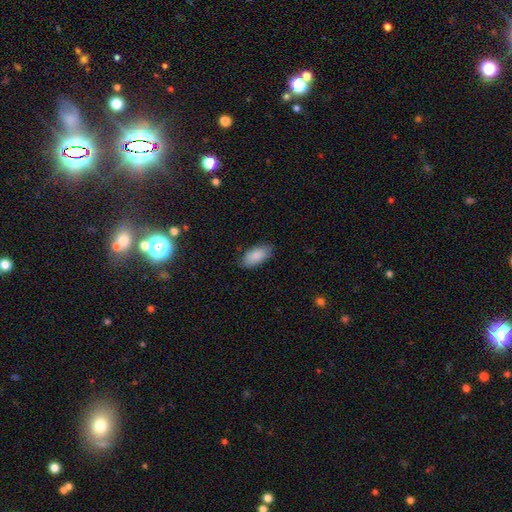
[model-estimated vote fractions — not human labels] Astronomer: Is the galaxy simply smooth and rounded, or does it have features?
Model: smooth — 89%.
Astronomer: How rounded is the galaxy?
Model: in between — 93%.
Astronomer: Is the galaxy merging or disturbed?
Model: none — 84%.